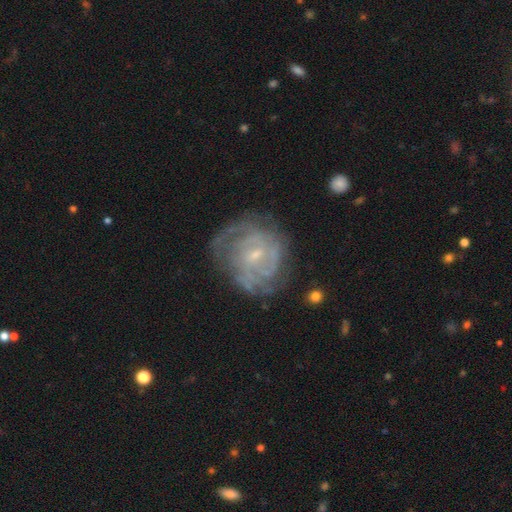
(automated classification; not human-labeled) Overall: featured or disk (81%). Edge-on disk: no (98%). Bar: no (46%; weak 45%). Spiral arms: yes (89%). Spiral arm count: can't tell (43%; 2 20%). Spiral winding: tight (64%; medium 29%). Bulge size: small (72%). Merging: none (68%).